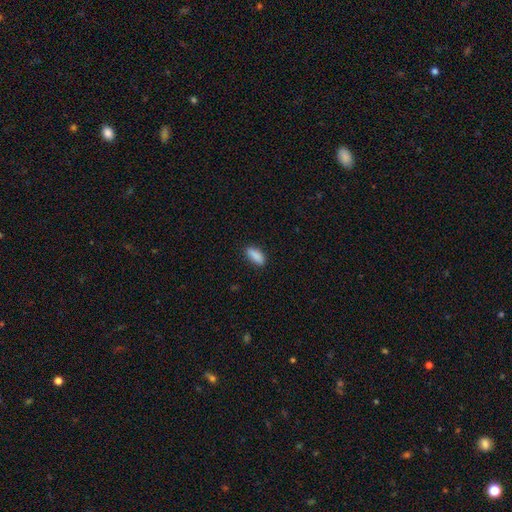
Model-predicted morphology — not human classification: Q: Smooth or featured?
A: smooth (88%); runner-up: star or artifact (7%)
Q: How rounded?
A: in between (72%); runner-up: cigar-shaped (26%)
Q: Merging?
A: none (85%); runner-up: minor disturbance (11%)